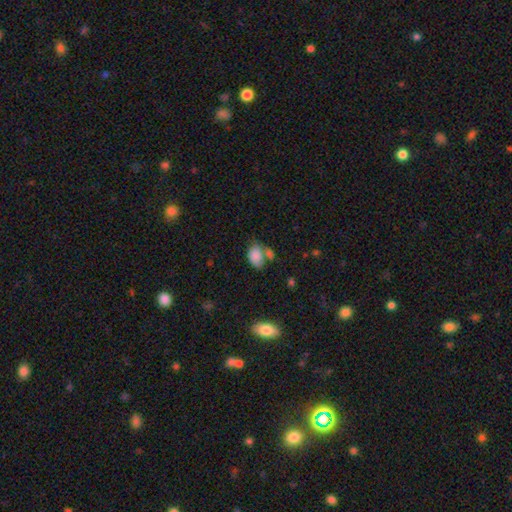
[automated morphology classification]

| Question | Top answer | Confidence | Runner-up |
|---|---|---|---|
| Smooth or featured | smooth | 82% | featured or disk (10%) |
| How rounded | in between | 83% | round (16%) |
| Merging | none | 41% | merger (29%) |